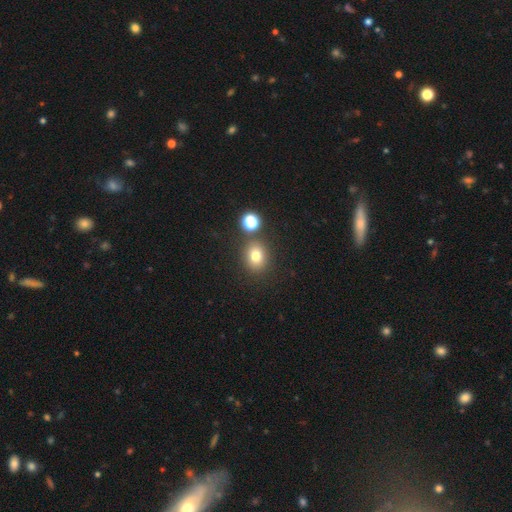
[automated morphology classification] A smooth galaxy with no disk features (76%) that is round (62%). Merging: none (78%).